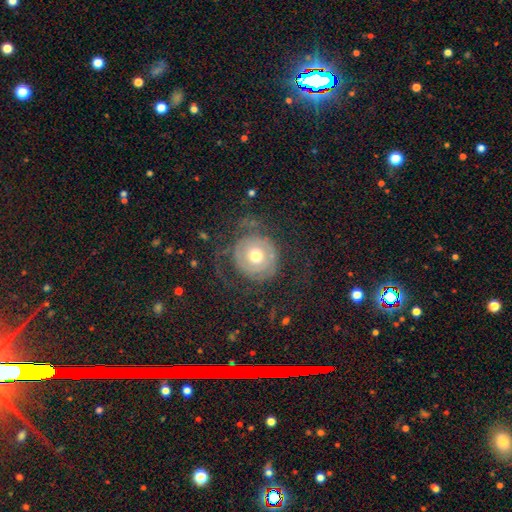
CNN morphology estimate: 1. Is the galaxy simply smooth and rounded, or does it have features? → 64% featured or disk, 28% smooth, 8% star or artifact.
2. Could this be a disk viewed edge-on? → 97% no, 3% yes.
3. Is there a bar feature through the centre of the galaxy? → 83% no, 14% weak, 4% strong.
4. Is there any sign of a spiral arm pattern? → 71% yes, 29% no.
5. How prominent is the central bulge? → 70% moderate, 19% small, 8% large, 1% dominant, 1% none.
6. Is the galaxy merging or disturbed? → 55% none, 27% major disturbance, 16% minor disturbance, 2% merger.